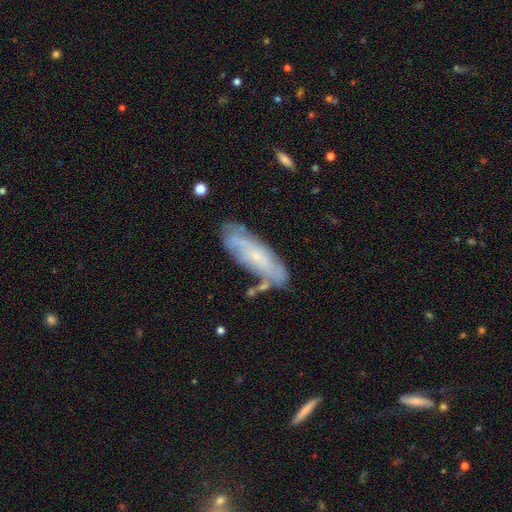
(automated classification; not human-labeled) Q: Smooth or featured?
A: featured or disk (55%); runner-up: smooth (36%)
Q: Edge-on disk?
A: no (76%); runner-up: yes (24%)
Q: Merging?
A: none (69%); runner-up: minor disturbance (21%)